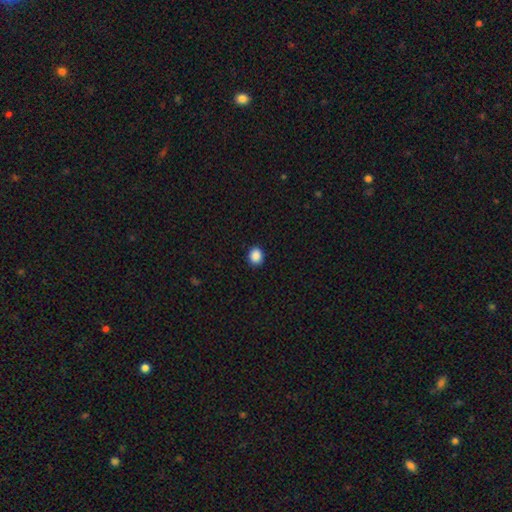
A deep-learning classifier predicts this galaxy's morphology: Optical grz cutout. It shows a smooth galaxy with no disk features (88%) that is round (70%). Merging: none (91%).